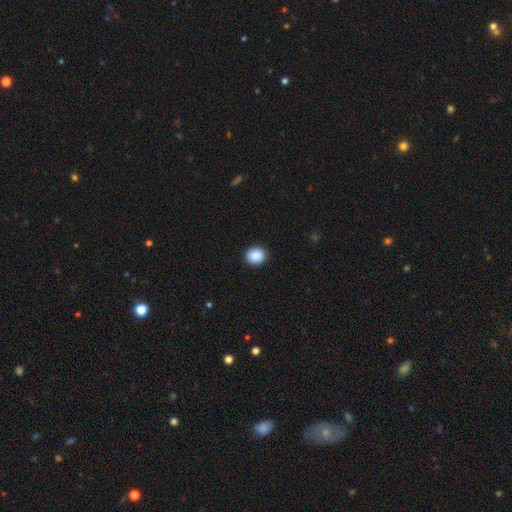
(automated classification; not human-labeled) smooth-or-featured: smooth: 90% | star or artifact: 8% | featured or disk: 3%
  how-rounded: round: 72% | in between: 27% | cigar-shaped: 1%
  merging: none: 92% | minor disturbance: 6% | major disturbance: 2% | merger: 1%